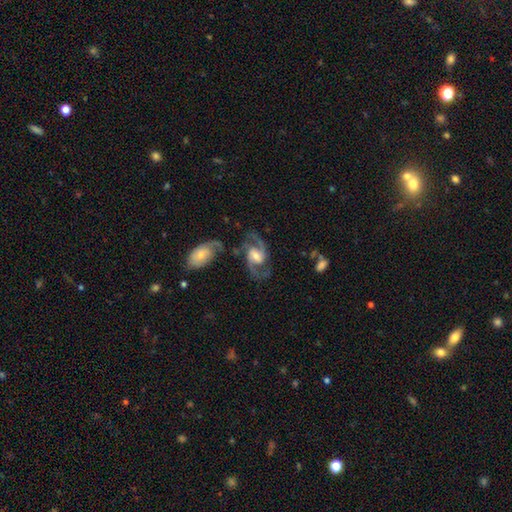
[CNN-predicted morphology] Smooth or featured: featured or disk — 89% (smooth — 6%)
Edge-on disk: no — 97% (yes — 3%)
Bar: weak — 47% (no — 31%)
Spiral arms: yes — 97% (no — 3%)
Spiral winding: medium — 61% (loose — 23%)
Spiral arm count: 2 — 93% (can't tell — 2%)
Bulge size: moderate — 55% (small — 27%)
Merging: none — 68% (minor disturbance — 15%)